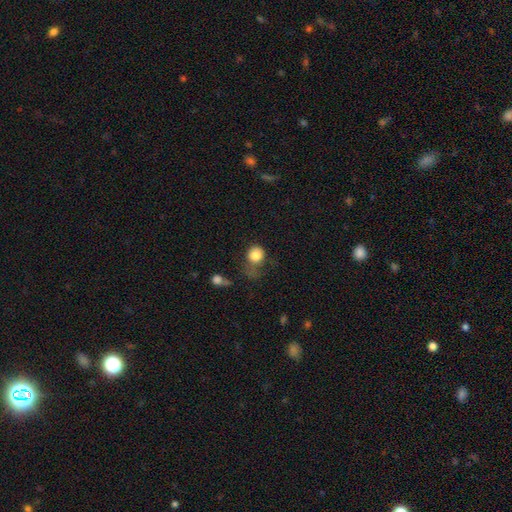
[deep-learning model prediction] Morphology: type=smooth (82%); roundness=round (74%); merging=none (34%).